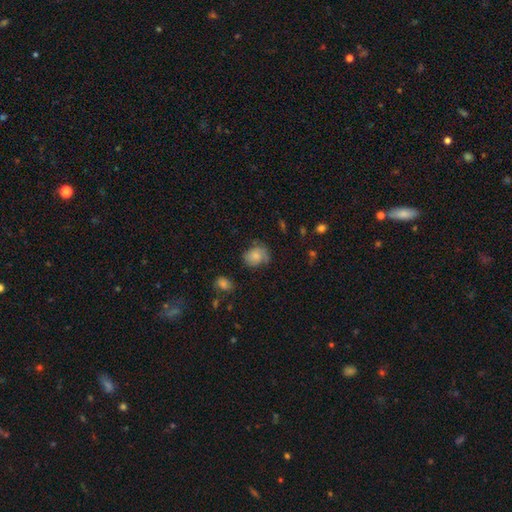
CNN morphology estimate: A smooth galaxy with no disk features (71%) that is round (57%).

Vote fractions:
- Smooth or featured? smooth: 71% / featured or disk: 20% / star or artifact: 9%
- How rounded? round: 57% / in between: 42% / cigar-shaped: 1%
- Merging? none: 56% / minor disturbance: 31% / major disturbance: 11% / merger: 2%